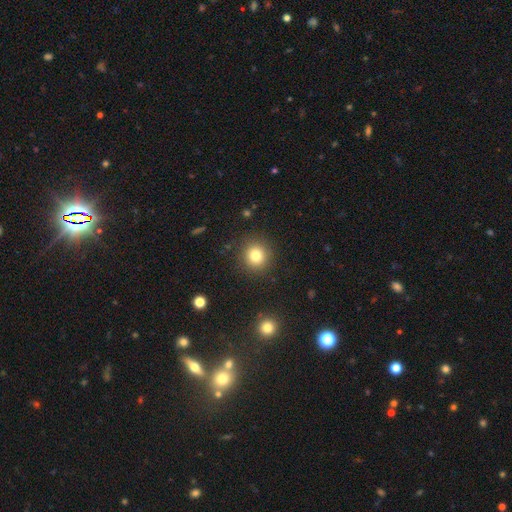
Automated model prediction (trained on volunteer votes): The model was most divided on "smooth or featured": smooth: 80%, star or artifact: 13%, featured or disk: 8%. More confident: how rounded — round (92%); merging — none (89%).